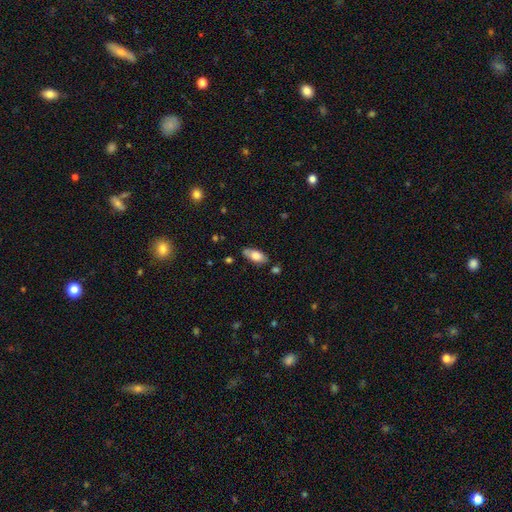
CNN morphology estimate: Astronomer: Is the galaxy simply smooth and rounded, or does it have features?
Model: smooth — 77%.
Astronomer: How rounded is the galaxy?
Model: in between — 86%.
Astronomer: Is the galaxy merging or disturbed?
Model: none — 69%.